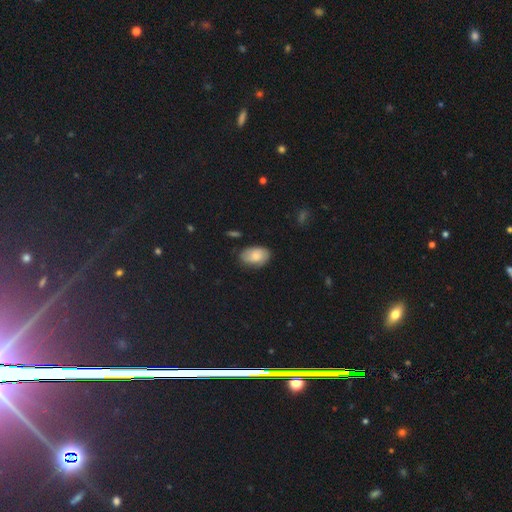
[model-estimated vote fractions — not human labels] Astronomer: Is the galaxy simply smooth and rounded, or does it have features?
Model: smooth — 70%.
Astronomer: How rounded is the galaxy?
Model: in between — 89%.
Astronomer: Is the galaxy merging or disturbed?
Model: none — 73%.